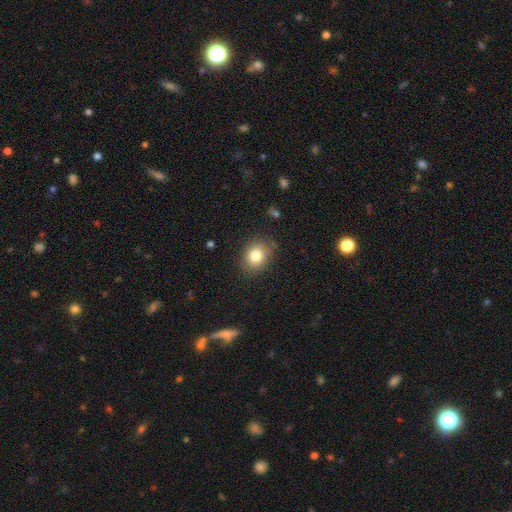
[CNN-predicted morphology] A smooth galaxy with no disk features (82%) that is round (53%). Merging: none (82%).